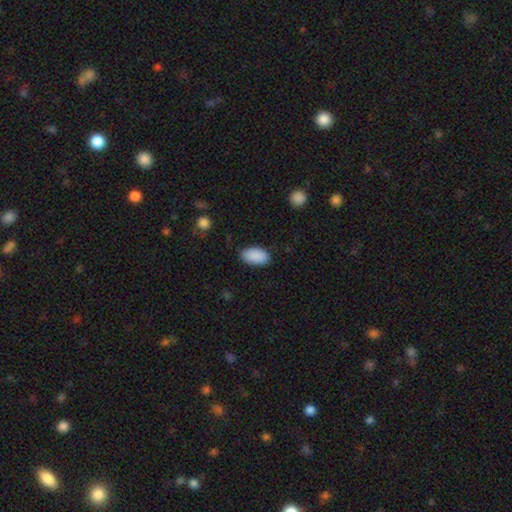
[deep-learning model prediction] This is clearly a smooth galaxy (90%). How rounded: clearly in between (95%). Merging: clearly none (83%).